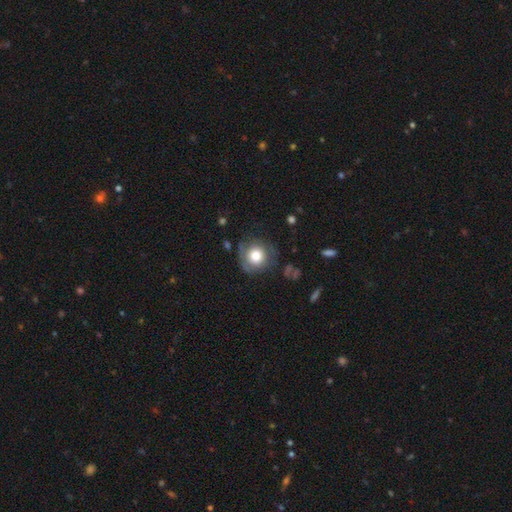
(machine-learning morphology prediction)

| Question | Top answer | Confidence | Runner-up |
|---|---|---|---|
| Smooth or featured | smooth | 70% | featured or disk (21%) |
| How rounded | round | 90% | in between (9%) |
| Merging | none | 69% | minor disturbance (19%) |